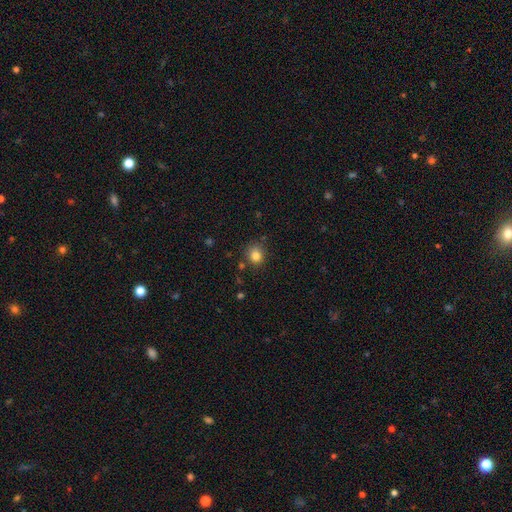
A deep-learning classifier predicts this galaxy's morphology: Overall: smooth (82%). How rounded: round (78%). Merging: none (80%).